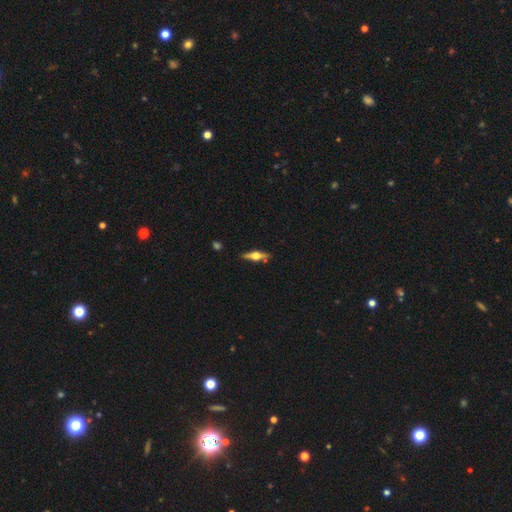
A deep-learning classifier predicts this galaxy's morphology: Overall: featured or disk (69%). Edge-on disk: yes (96%). Edge-on bulge: rounded (95%). Merging: none (85%).